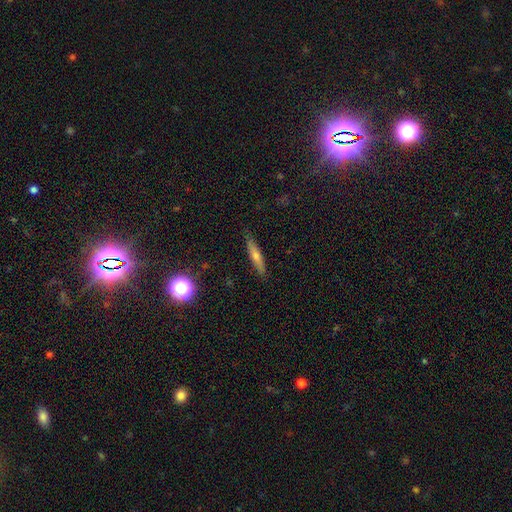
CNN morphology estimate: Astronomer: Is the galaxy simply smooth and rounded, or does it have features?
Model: smooth — 49% (runner-up: featured or disk, 41%).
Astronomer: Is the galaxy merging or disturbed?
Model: none — 87%.